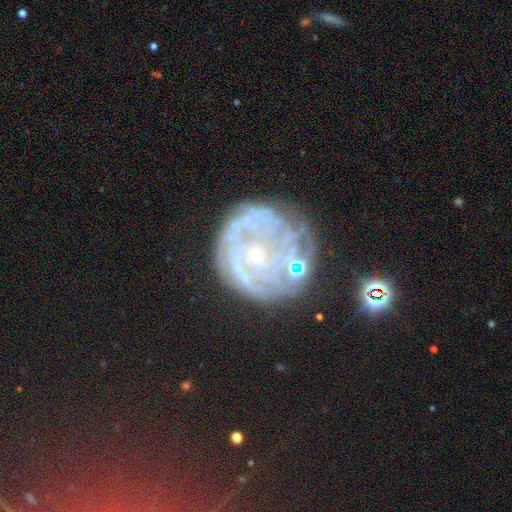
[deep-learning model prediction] featured or disk 82%, smooth 10%, star or artifact 8%. Down the decision tree: edge-on disk — no (97%); bar — no (74%); spiral arms — yes (89%); spiral arm count — can't tell (35%); spiral winding — tight (70%); bulge size — small (71%); merging — none (60%).